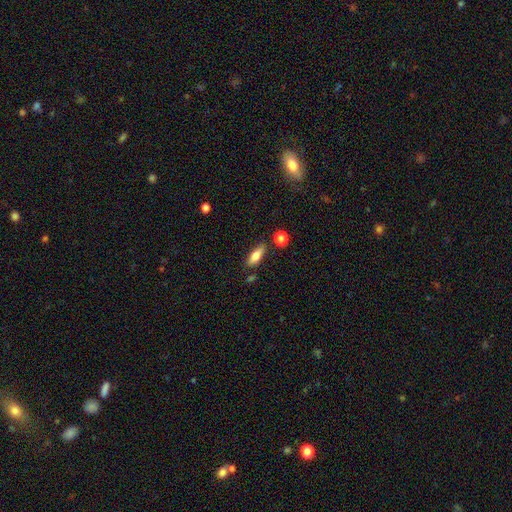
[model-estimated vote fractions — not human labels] Overall: smooth (77%). How rounded: in between (73%). Merging: none (78%).